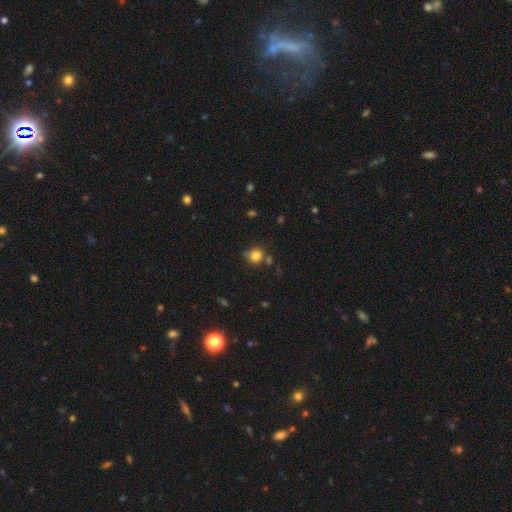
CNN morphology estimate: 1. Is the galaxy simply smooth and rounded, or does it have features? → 81% smooth, 12% star or artifact, 7% featured or disk.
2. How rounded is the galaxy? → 84% round, 15% in between, 1% cigar-shaped.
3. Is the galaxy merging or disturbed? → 67% none, 18% minor disturbance, 10% merger, 5% major disturbance.